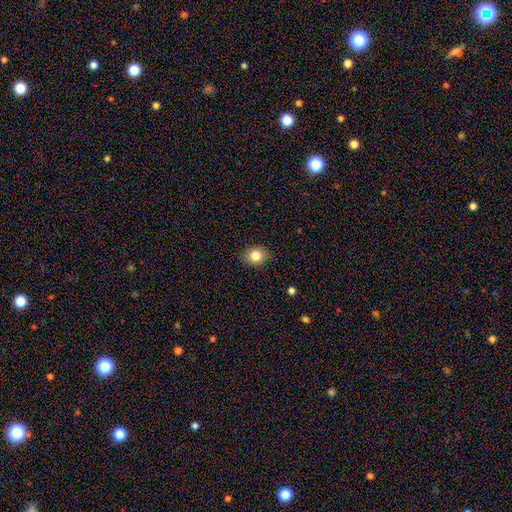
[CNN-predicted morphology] Q: Smooth or featured?
A: smooth (83%); runner-up: star or artifact (10%)
Q: How rounded?
A: round (59%); runner-up: in between (40%)
Q: Merging?
A: none (88%); runner-up: minor disturbance (9%)